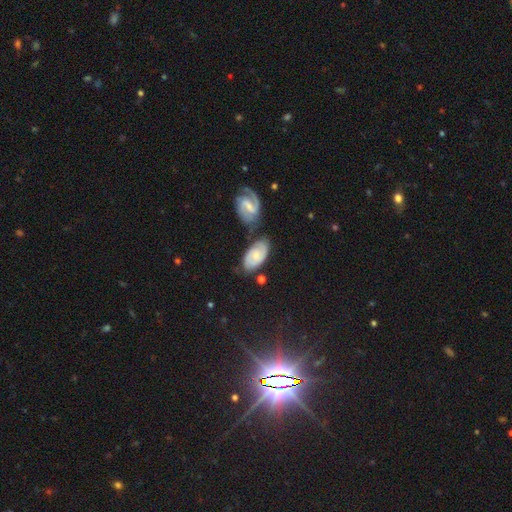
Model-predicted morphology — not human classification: A featured or disk galaxy (61%) with no bar (58%), 2 (74%) tight (53%) spiral arms (90%) and a small central bulge (62%).

Vote fractions:
- Smooth or featured? featured or disk: 61% / smooth: 31% / star or artifact: 9%
- Edge-on disk? no: 95% / yes: 5%
- Bar? no: 58% / weak: 35% / strong: 7%
- Spiral arms? yes: 90% / no: 10%
- Spiral winding? tight: 53% / medium: 37% / loose: 10%
- Spiral arm count? 2: 74% / can't tell: 16% / 3: 4% / 1: 3% / 4: 2% / more than 4: 1%
- Bulge size? small: 62% / moderate: 30% / none: 5% / large: 2% / dominant: 1%
- Merging? none: 62% / minor disturbance: 17% / merger: 16% / major disturbance: 5%